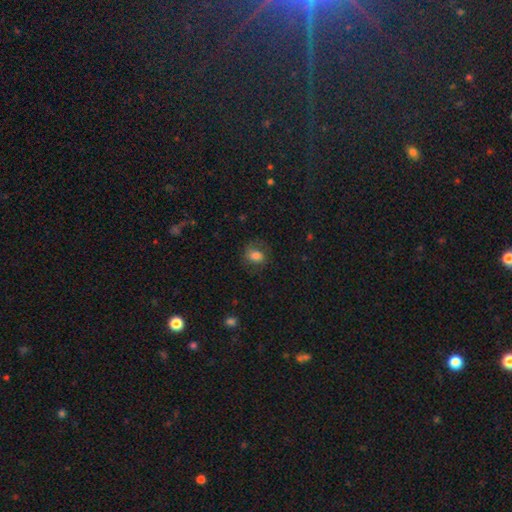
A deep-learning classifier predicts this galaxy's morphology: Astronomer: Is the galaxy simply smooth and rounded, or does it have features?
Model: smooth — 71%.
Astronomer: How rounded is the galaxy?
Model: round — 50% (runner-up: in between, 49%).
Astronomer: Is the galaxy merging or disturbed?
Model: none — 70%.